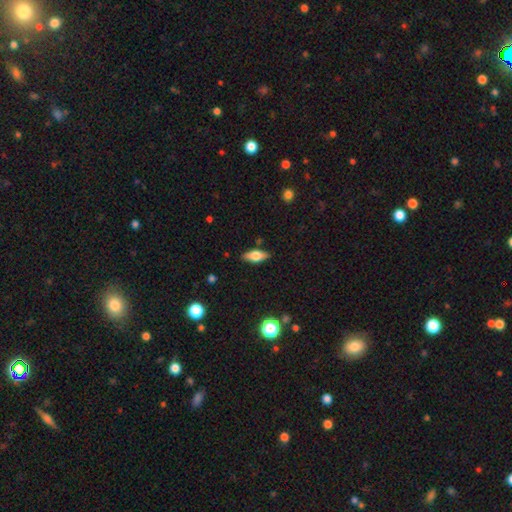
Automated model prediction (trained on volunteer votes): A smooth galaxy with no disk features (60%) that is in between round and cigar-shaped (75%). Merging: none (85%).